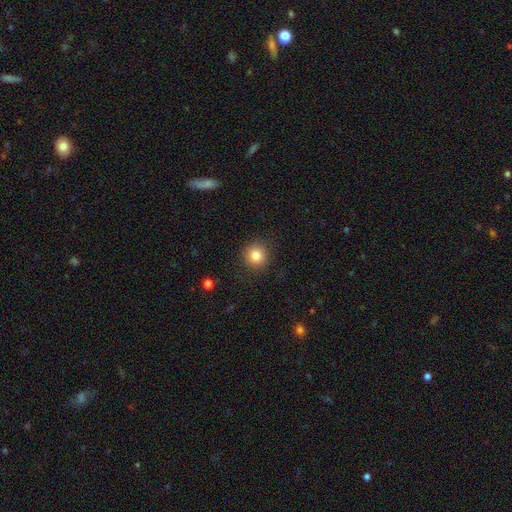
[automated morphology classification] Smooth or featured? smooth (83%)
How rounded? round (93%)
Merging? none (90%)